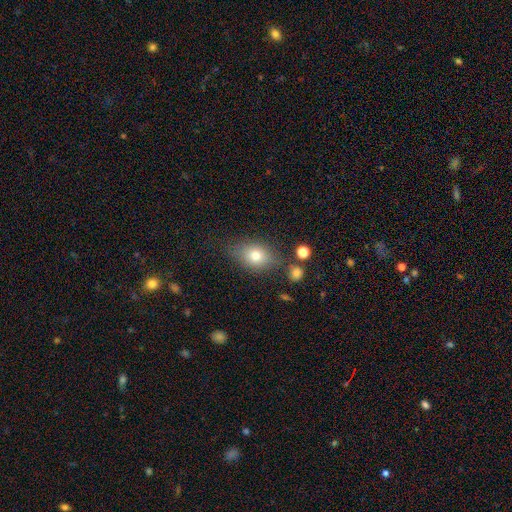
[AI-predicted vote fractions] Smooth or featured? smooth (76%)
How rounded? in between (72%)
Merging? none (70%)